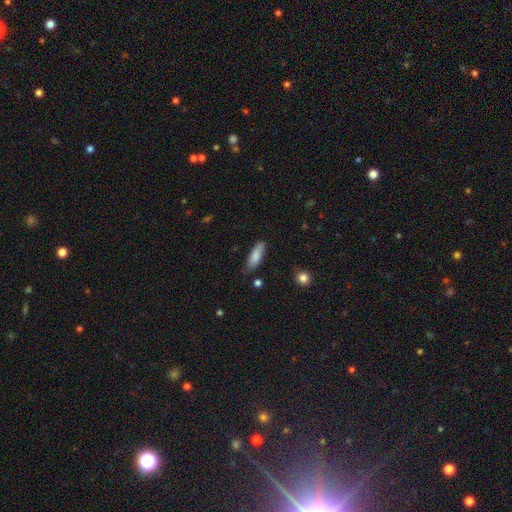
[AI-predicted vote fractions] Smooth or featured?
  - smooth: 82% *
  - featured or disk: 11%
  - star or artifact: 6%
How rounded?
  - in between: 59% *
  - cigar-shaped: 39%
  - round: 2%
Merging?
  - none: 73% *
  - minor disturbance: 21%
  - major disturbance: 4%
  - merger: 2%